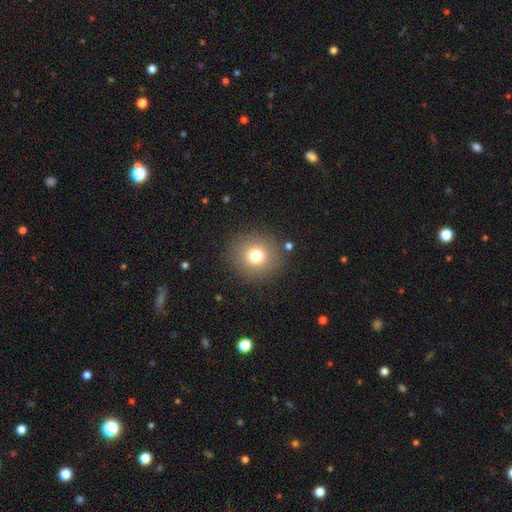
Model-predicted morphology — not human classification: Q: Smooth or featured?
A: smooth (77%); runner-up: star or artifact (13%)
Q: How rounded?
A: round (93%); runner-up: in between (7%)
Q: Merging?
A: none (88%); runner-up: minor disturbance (7%)